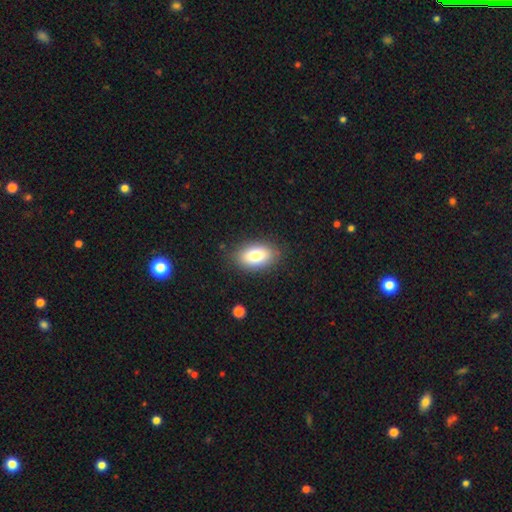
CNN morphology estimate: smooth_or_featured: smooth (p=0.78) [alt: featured or disk p=0.14]
how_rounded: in between (p=0.90) [alt: round p=0.08]
merging: none (p=0.85) [alt: minor disturbance p=0.10]